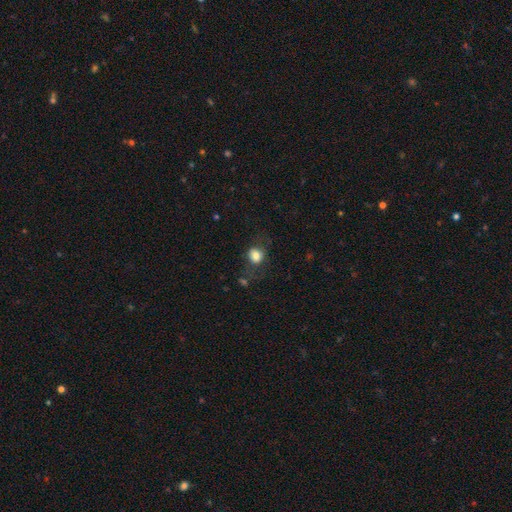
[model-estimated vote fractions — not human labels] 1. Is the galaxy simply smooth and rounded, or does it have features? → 80% smooth, 10% featured or disk, 10% star or artifact.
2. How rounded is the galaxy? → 63% round, 36% in between, 1% cigar-shaped.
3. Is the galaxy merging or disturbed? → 63% none, 20% minor disturbance, 14% major disturbance, 3% merger.